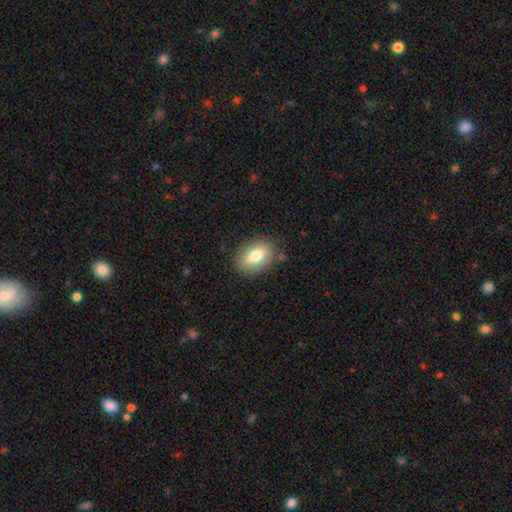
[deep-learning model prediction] Smooth or featured? smooth (79%)
How rounded? in between (80%)
Merging? none (82%)